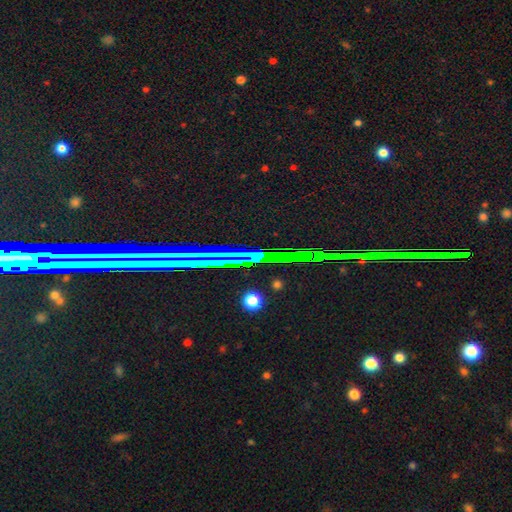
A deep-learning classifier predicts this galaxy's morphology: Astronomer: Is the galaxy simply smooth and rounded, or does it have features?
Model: star or artifact — 73%.